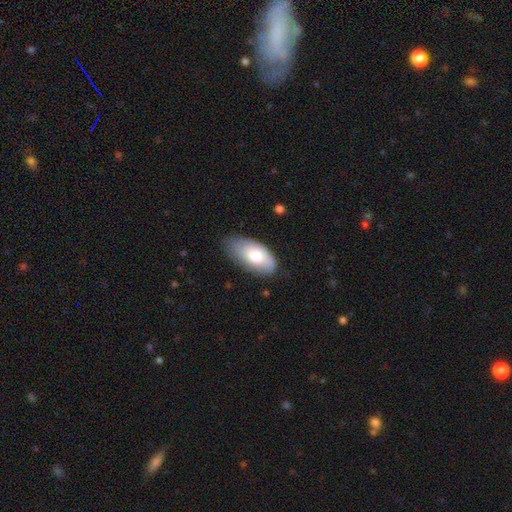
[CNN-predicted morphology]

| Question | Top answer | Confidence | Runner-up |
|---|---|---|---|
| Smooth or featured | smooth | 73% | featured or disk (21%) |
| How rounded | in between | 94% | cigar-shaped (3%) |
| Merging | none | 62% | minor disturbance (30%) |